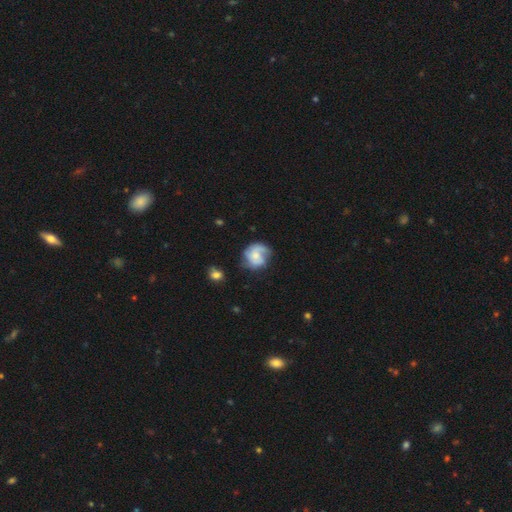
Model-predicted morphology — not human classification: type=featured or disk (57%); edge-on=no (98%); bar=no (69%); spiral arms=yes (84%); bulge=small (42%); merging=none (56%).